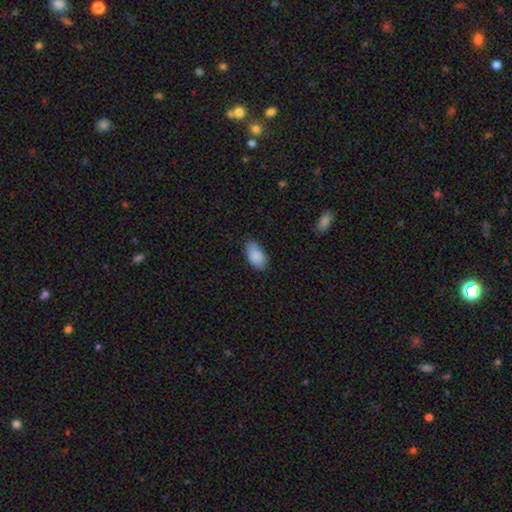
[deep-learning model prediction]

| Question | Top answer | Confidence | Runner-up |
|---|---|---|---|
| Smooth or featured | smooth | 88% | star or artifact (6%) |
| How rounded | in between | 94% | round (4%) |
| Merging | none | 73% | minor disturbance (22%) |